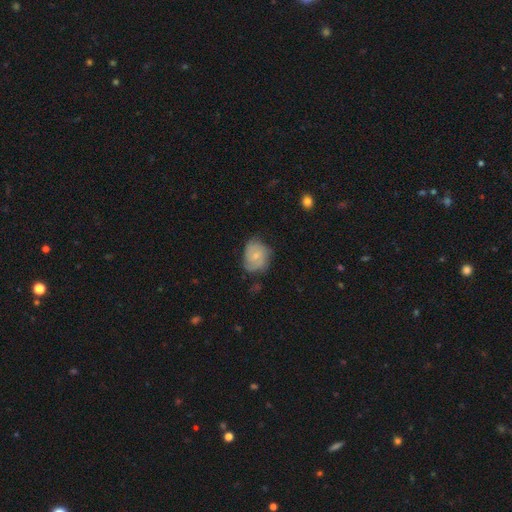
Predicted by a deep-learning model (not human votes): Morphology: type=featured or disk (52%); edge-on=no (98%); bar=no (73%); spiral arms=yes (83%); bulge=small (65%); merging=none (57%).